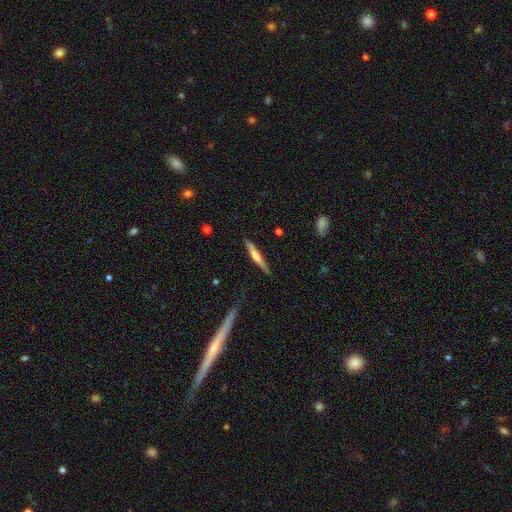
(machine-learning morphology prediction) This is possibly a smooth galaxy (51%). How rounded: clearly cigar-shaped (93%). Merging: likely none (78%).